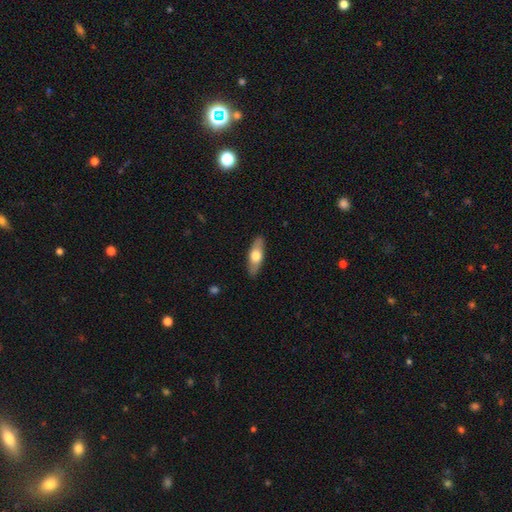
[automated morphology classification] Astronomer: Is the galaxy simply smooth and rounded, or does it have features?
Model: smooth — 59% (runner-up: featured or disk, 36%).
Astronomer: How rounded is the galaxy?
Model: in between — 60% (runner-up: cigar-shaped, 37%).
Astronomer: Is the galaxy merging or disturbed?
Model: none — 88%.